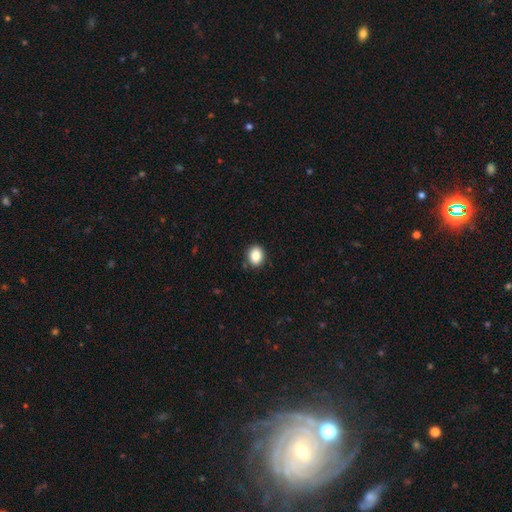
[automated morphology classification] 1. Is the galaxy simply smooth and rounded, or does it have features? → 86% smooth, 9% star or artifact, 5% featured or disk.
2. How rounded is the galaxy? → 52% in between, 47% round, 1% cigar-shaped.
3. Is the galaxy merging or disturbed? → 87% none, 10% minor disturbance, 2% major disturbance, 2% merger.